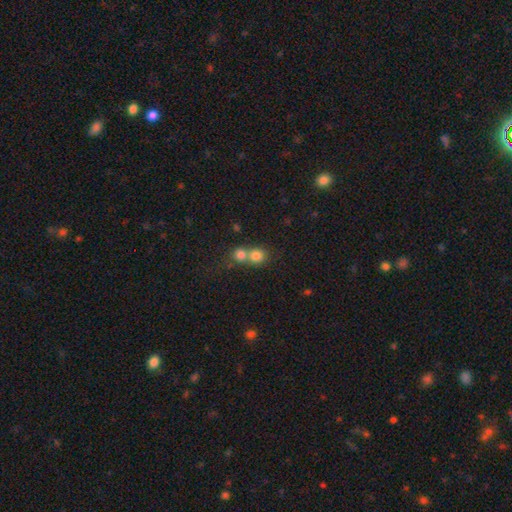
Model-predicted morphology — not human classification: The model was most divided on "merging": merger: 57%, none: 36%, minor disturbance: 5%, major disturbance: 2%. More confident: how rounded — round (84%); smooth or featured — smooth (78%).